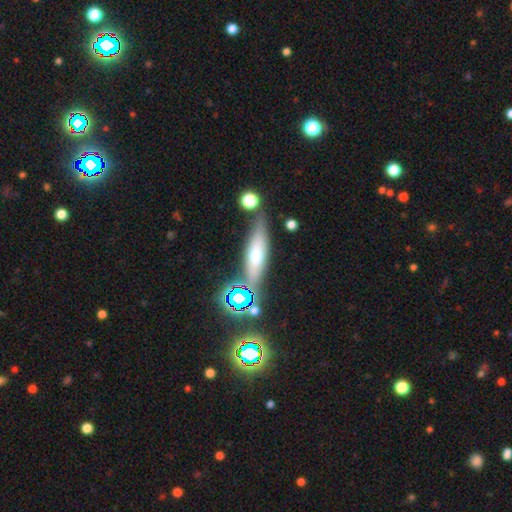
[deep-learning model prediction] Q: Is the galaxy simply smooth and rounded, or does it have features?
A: featured or disk — 44%.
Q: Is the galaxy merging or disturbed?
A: none — 76%.